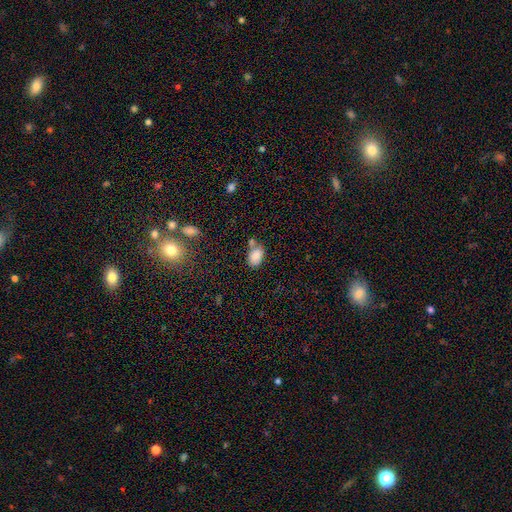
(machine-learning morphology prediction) smooth_or_featured: smooth (p=0.85) [alt: star or artifact p=0.09]
how_rounded: in between (p=0.88) [alt: round p=0.11]
merging: none (p=0.56) [alt: merger p=0.23]